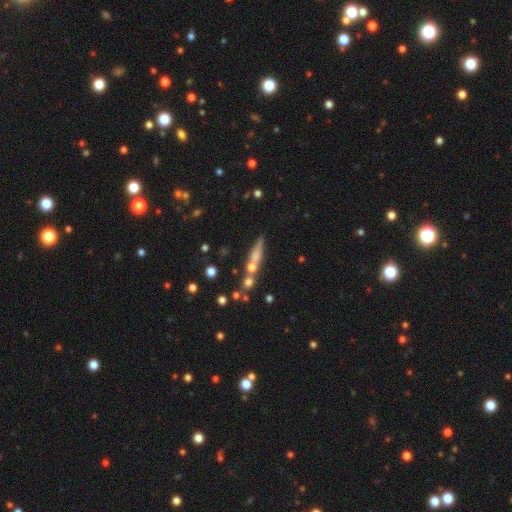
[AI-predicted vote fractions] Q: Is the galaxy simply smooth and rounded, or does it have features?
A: smooth — 52%.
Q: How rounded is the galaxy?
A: cigar-shaped — 74%.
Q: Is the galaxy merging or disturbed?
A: none — 51%.